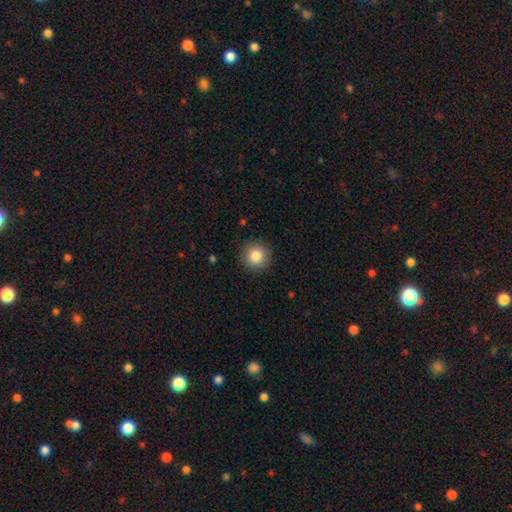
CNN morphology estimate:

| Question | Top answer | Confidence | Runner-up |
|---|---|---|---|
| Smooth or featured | smooth | 84% | star or artifact (9%) |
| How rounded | round | 95% | in between (4%) |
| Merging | none | 91% | minor disturbance (6%) |